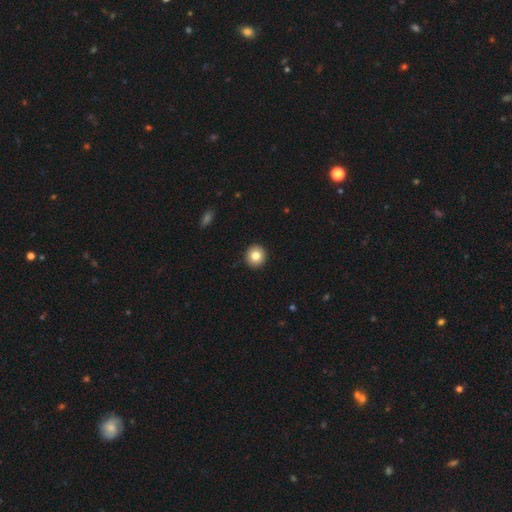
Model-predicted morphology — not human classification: This appears to be a smooth galaxy with no disk features (83%) that is round (92%). Merging: none (93%).